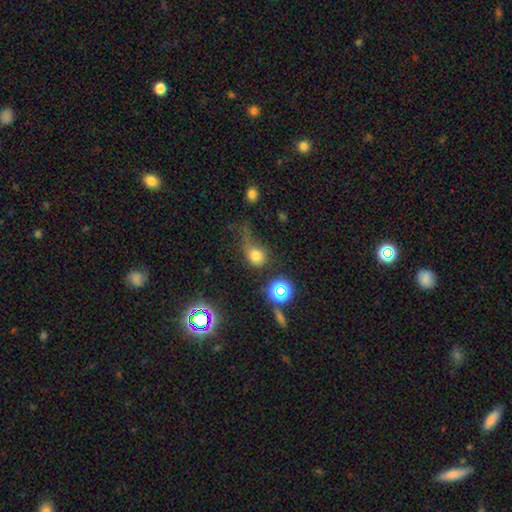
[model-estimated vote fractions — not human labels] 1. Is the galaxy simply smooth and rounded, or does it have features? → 73% smooth, 18% star or artifact, 10% featured or disk.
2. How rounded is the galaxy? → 76% round, 22% in between, 2% cigar-shaped.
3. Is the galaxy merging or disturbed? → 43% none, 25% major disturbance, 23% minor disturbance, 9% merger.